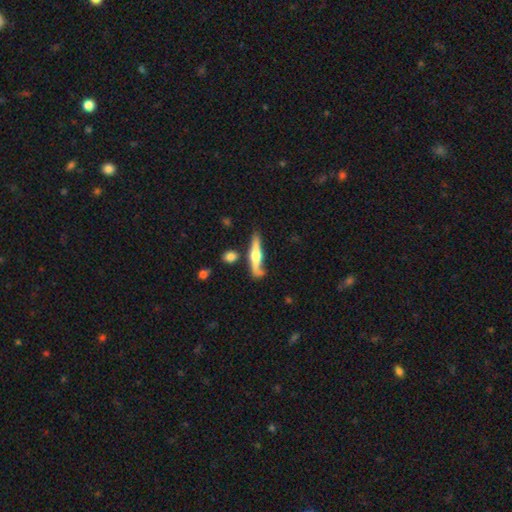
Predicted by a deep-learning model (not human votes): Smooth or featured? featured or disk (62%)
Edge-on disk? yes (93%)
Edge-on bulge? rounded (92%)
Merging? none (65%)